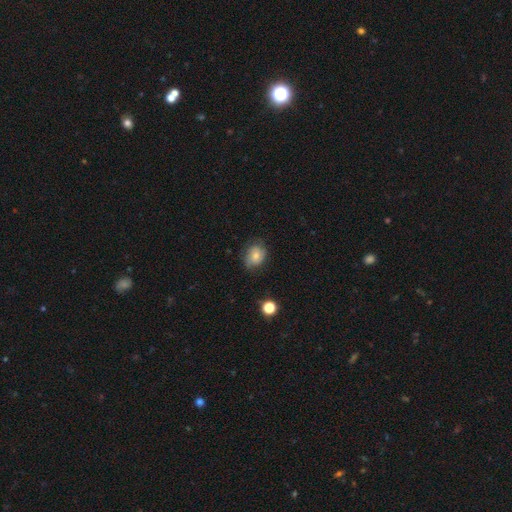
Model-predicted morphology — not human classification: Smooth or featured? smooth (67%)
How rounded? in between (50%)
Merging? none (70%)